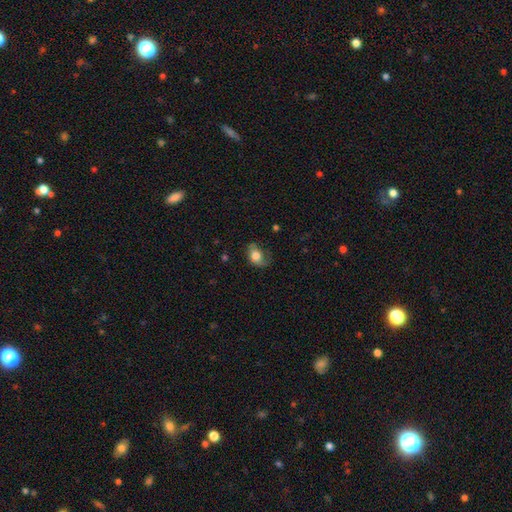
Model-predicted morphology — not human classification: type=smooth (70%); roundness=in between (74%); merging=none (47%).